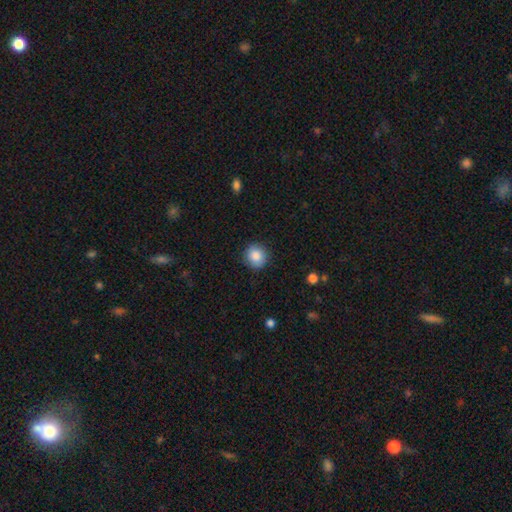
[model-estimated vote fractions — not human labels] Morphology: type=smooth (87%); roundness=round (88%); merging=none (87%).